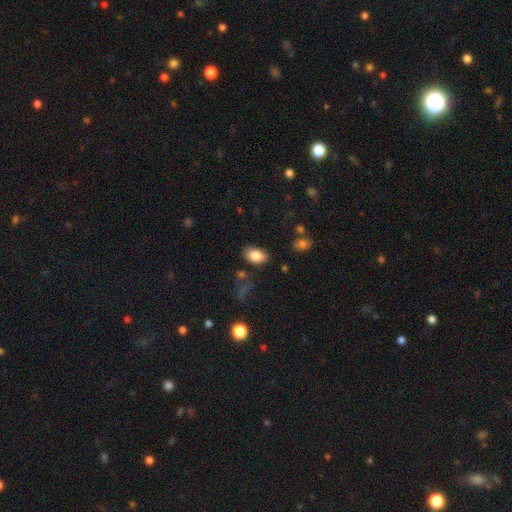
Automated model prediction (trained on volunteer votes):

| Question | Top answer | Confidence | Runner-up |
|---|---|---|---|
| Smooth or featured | smooth | 84% | featured or disk (8%) |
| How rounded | in between | 89% | round (10%) |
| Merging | none | 79% | minor disturbance (14%) |